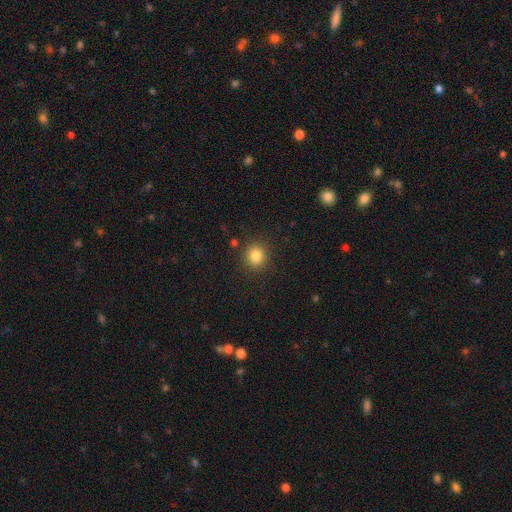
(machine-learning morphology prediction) type=smooth (84%); roundness=round (88%); merging=none (88%).